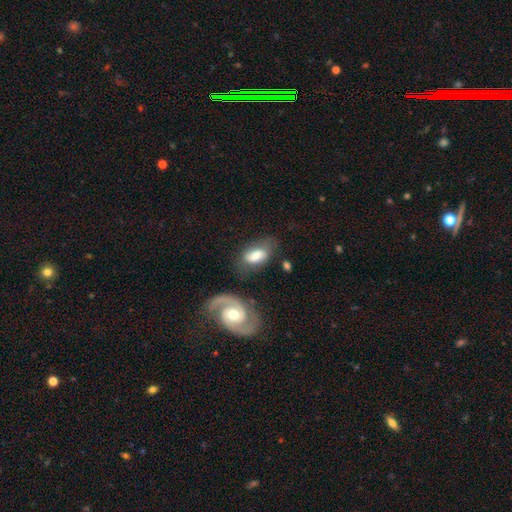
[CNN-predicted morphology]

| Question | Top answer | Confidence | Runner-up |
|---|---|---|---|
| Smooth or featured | smooth | 63% | featured or disk (30%) |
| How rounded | in between | 90% | round (6%) |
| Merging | none | 51% | minor disturbance (25%) |